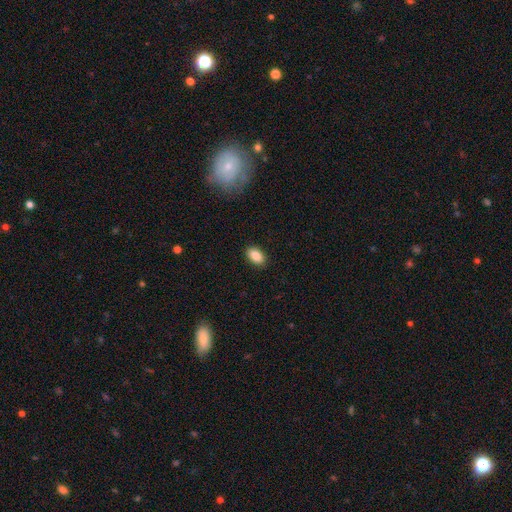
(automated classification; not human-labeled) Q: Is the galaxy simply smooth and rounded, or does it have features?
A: smooth — 89%.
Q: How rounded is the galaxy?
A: in between — 91%.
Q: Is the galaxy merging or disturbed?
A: none — 89%.